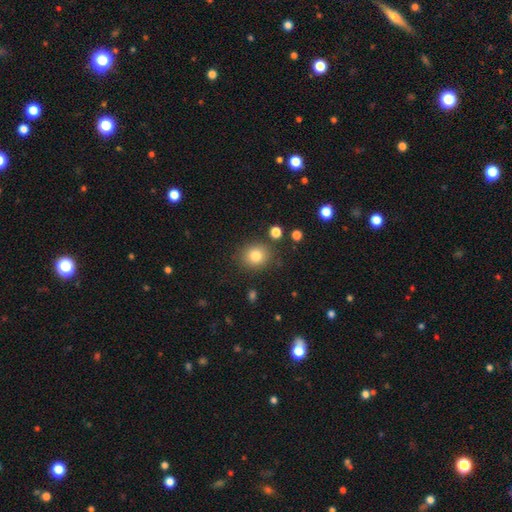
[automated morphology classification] type=smooth (82%); roundness=round (78%); merging=none (84%).